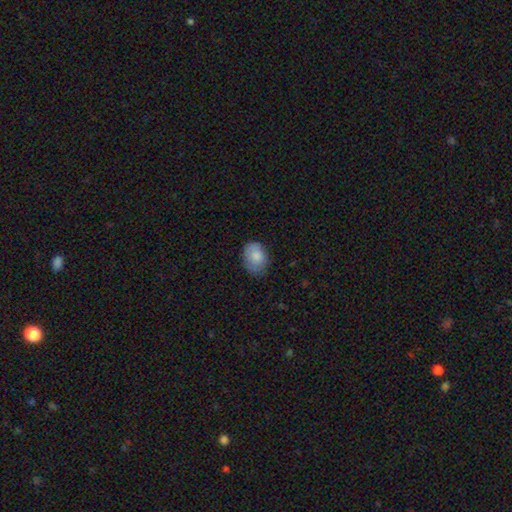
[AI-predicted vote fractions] Smooth or featured: smooth — 83% (featured or disk — 10%)
How rounded: in between — 73% (round — 26%)
Merging: none — 69% (minor disturbance — 25%)